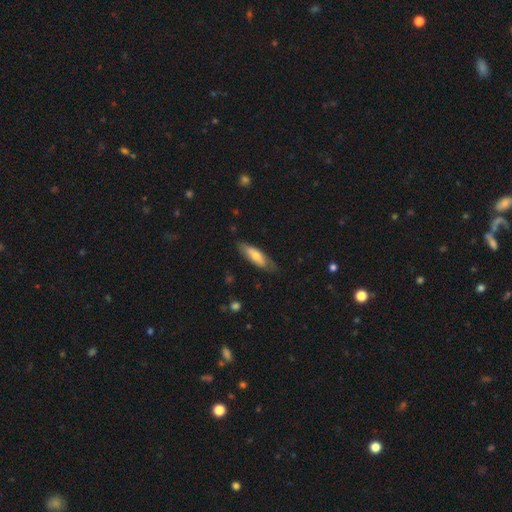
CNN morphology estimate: type=smooth (64%); roundness=in between (53%); merging=none (74%).